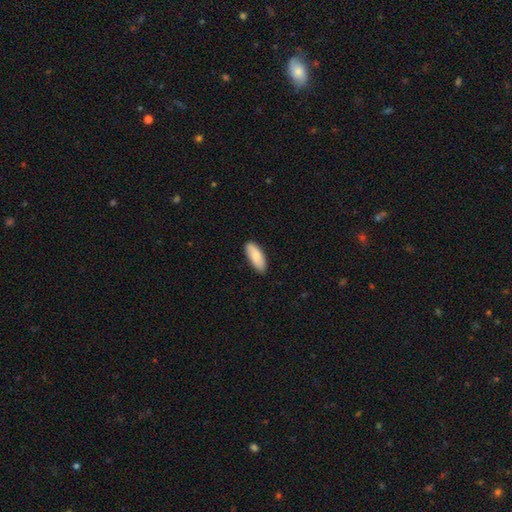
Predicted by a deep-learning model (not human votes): Overall: smooth (82%). How rounded: in between (77%). Merging: none (86%).